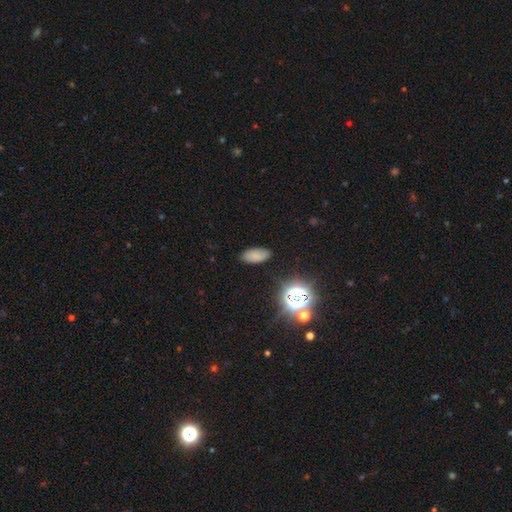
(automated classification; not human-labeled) The model was most divided on "smooth or featured": smooth: 74%, star or artifact: 16%, featured or disk: 9%. More confident: how rounded — in between (91%); merging — none (84%).